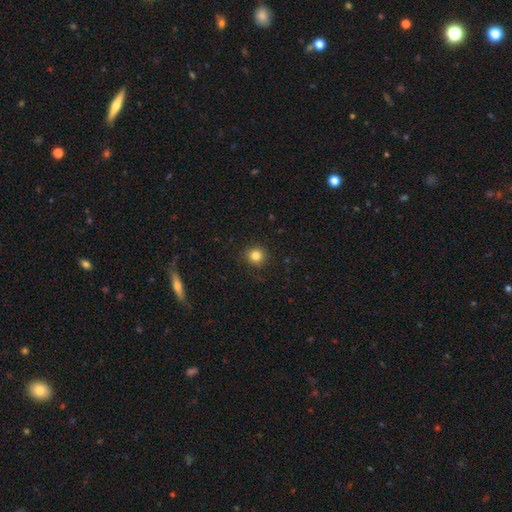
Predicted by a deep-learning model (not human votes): This is clearly a smooth galaxy (82%). How rounded: clearly round (93%). Merging: clearly none (90%).